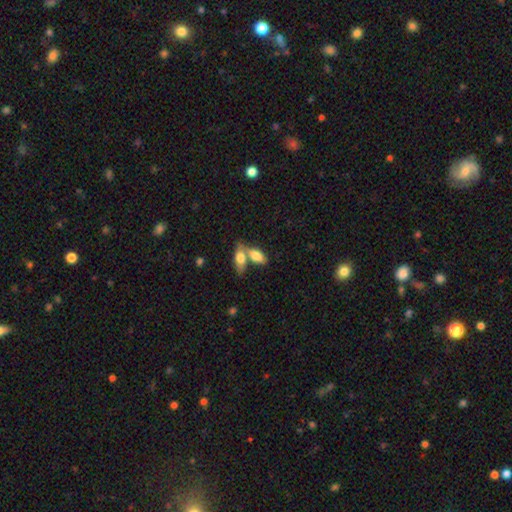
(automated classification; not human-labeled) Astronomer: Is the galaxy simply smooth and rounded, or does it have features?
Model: smooth — 78%.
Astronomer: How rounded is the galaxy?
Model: in between — 85%.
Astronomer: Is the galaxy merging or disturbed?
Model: merger — 54% (runner-up: none, 34%).